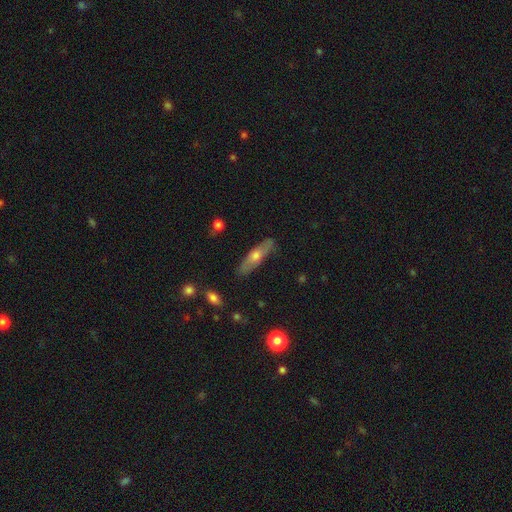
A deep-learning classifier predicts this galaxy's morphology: Smooth or featured?
  - smooth: 47% * (tied)
  - featured or disk: 47% * (tied)
  - star or artifact: 7%
Merging?
  - none: 84% *
  - minor disturbance: 13%
  - major disturbance: 2%
  - merger: 2%